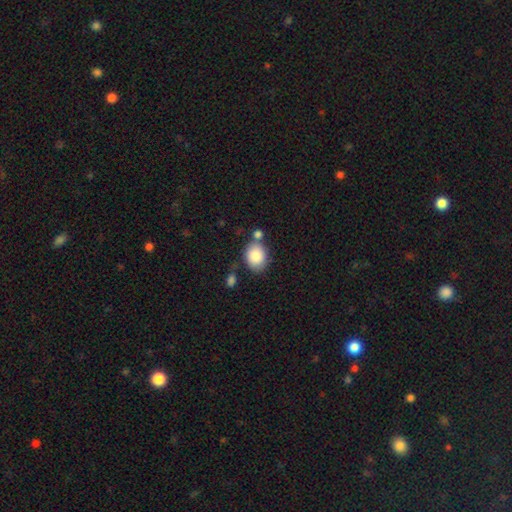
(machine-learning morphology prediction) A smooth galaxy with no disk features (86%) that is in between round and cigar-shaped (56%). Merging: none (61%).